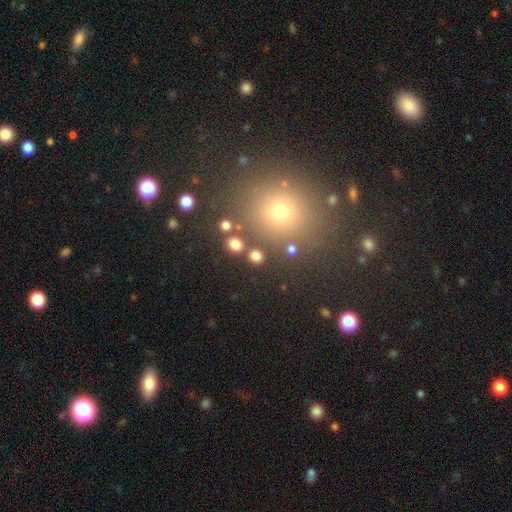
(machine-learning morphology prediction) Smooth or featured: smooth — 78% (star or artifact — 16%)
How rounded: round — 82% (in between — 16%)
Merging: none — 82% (merger — 8%)